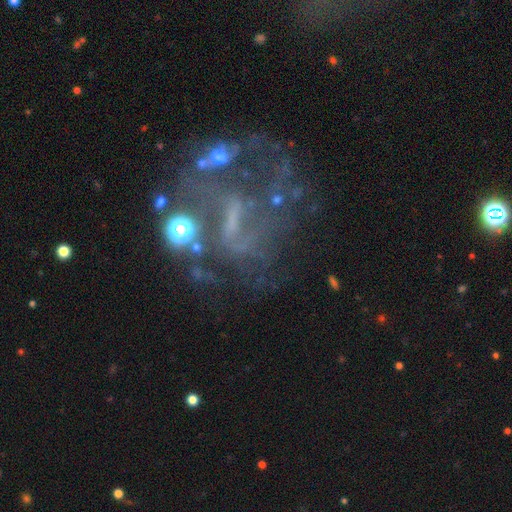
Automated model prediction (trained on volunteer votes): Overall: featured or disk (65%). Edge-on disk: no (95%). Bar: weak (35%, tied with no). Spiral arms: yes (52%; no 48%). Bulge size: none (49%; small 34%). Merging: none (39%; major disturbance 34%).